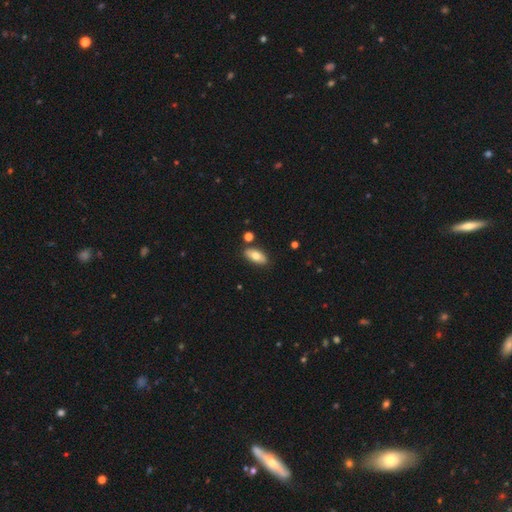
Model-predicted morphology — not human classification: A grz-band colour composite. It shows a smooth galaxy with no disk features (75%) that is in between round and cigar-shaped (89%). Merging: none (83%).